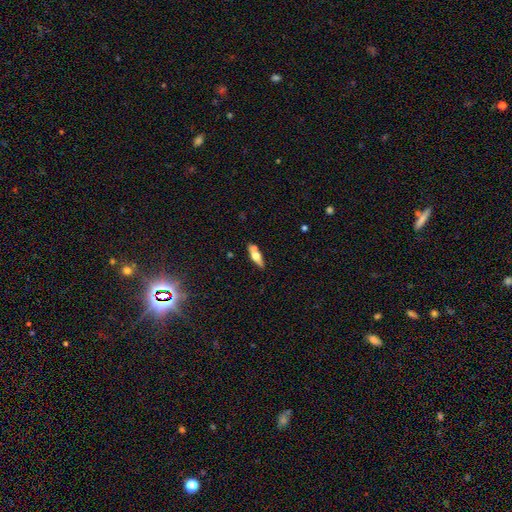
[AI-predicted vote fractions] Morphology: type=smooth (47%, tied with featured or disk); merging=none (71%).